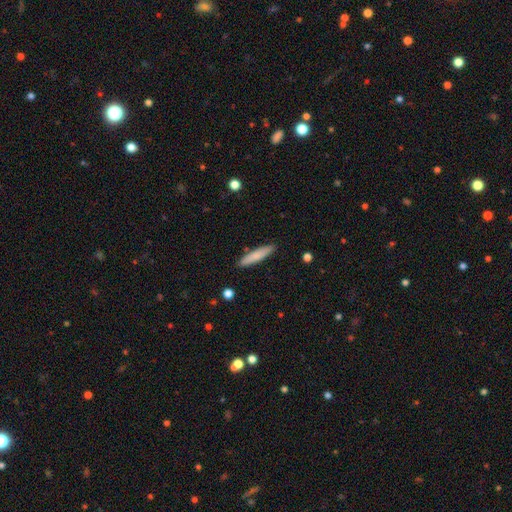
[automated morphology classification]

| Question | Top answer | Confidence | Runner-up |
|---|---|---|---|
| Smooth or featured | smooth | 79% | featured or disk (15%) |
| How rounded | cigar-shaped | 88% | in between (11%) |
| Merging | none | 88% | minor disturbance (8%) |